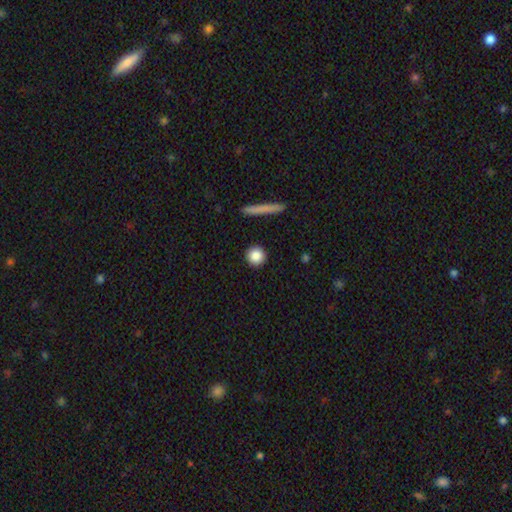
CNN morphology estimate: The model was most divided on "smooth or featured": smooth: 85%, star or artifact: 8%, featured or disk: 6%. More confident: how rounded — round (93%); merging — none (92%).